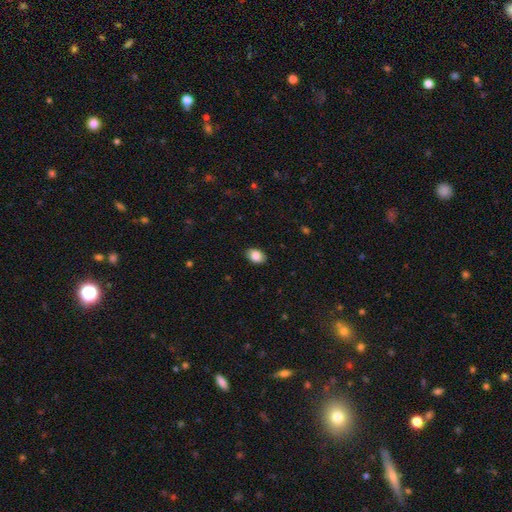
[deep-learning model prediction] This appears to be a smooth galaxy with no disk features (86%) that is in between round and cigar-shaped (83%). Merging: none (87%).